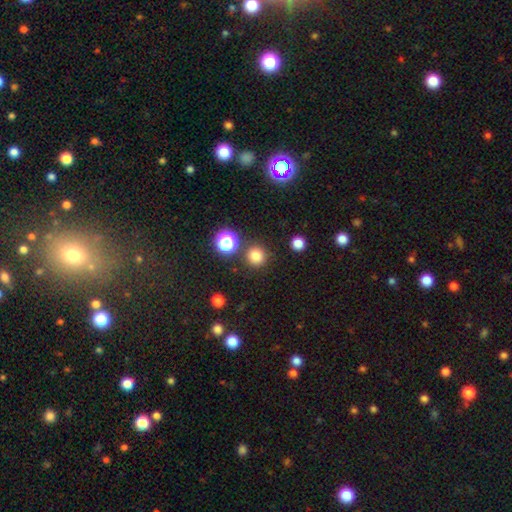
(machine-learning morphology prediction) Smooth or featured? smooth (78%)
How rounded? round (94%)
Merging? none (86%)